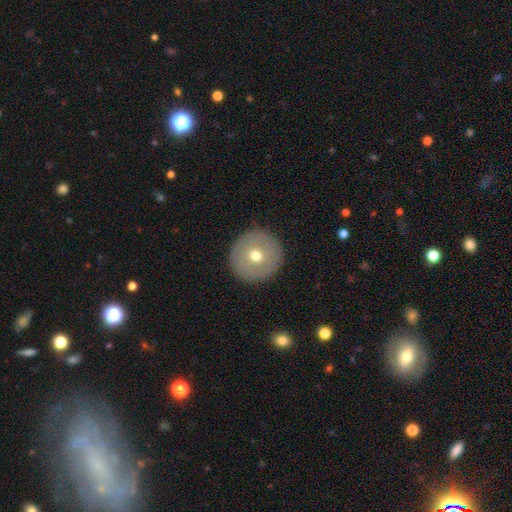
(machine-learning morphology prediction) This is likely a smooth galaxy (60%). How rounded: clearly round (95%). Merging: clearly none (91%).